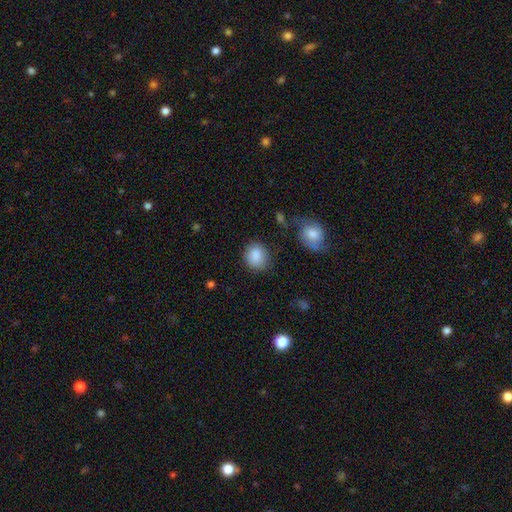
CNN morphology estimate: type=smooth (88%); roundness=round (72%); merging=none (81%).